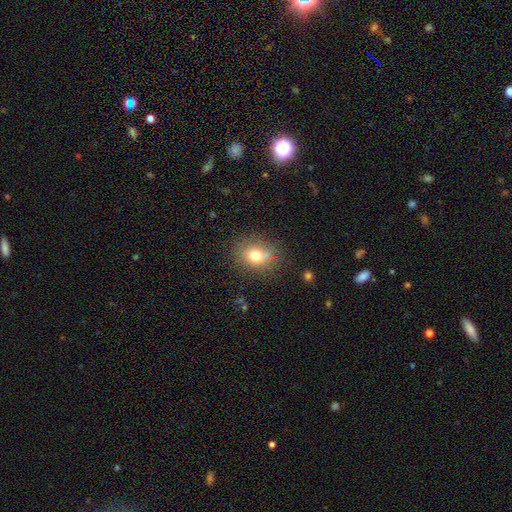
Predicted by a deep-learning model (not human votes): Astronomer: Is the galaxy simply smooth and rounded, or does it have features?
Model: smooth — 74%.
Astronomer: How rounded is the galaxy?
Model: round — 59% (runner-up: in between, 40%).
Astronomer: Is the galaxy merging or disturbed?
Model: none — 78%.